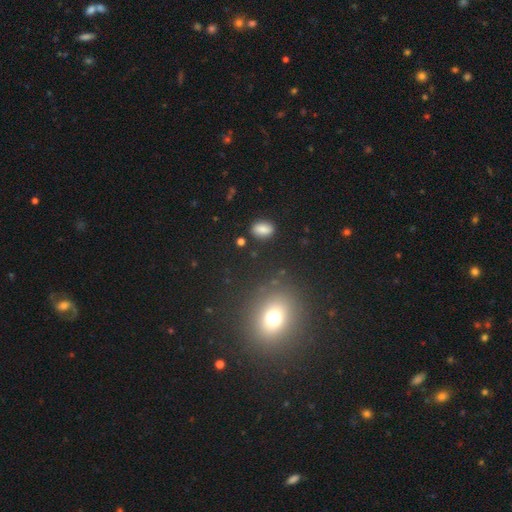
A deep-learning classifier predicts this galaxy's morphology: The model was most divided on "how rounded": round: 54%, in between: 44%, cigar-shaped: 2%. More confident: merging — none (89%); smooth or featured — smooth (63%).